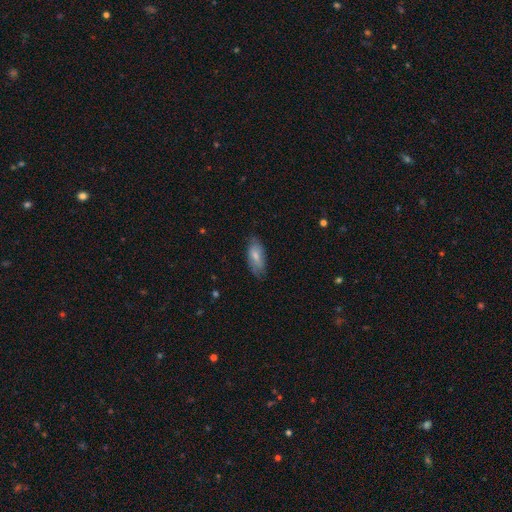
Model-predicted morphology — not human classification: Smooth or featured?
  - smooth: 70% *
  - featured or disk: 24%
  - star or artifact: 6%
How rounded?
  - in between: 83% *
  - cigar-shaped: 15%
  - round: 2%
Merging?
  - none: 73% *
  - minor disturbance: 21%
  - major disturbance: 5%
  - merger: 1%